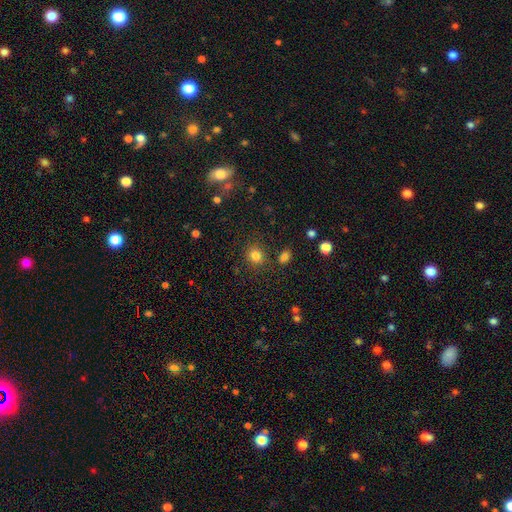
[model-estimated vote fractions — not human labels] A smooth galaxy with no disk features (81%) that is round (74%).

Vote fractions:
- Smooth or featured? smooth: 81% / star or artifact: 13% / featured or disk: 6%
- How rounded? round: 74% / in between: 25% / cigar-shaped: 1%
- Merging? none: 82% / minor disturbance: 10% / merger: 4% / major disturbance: 4%